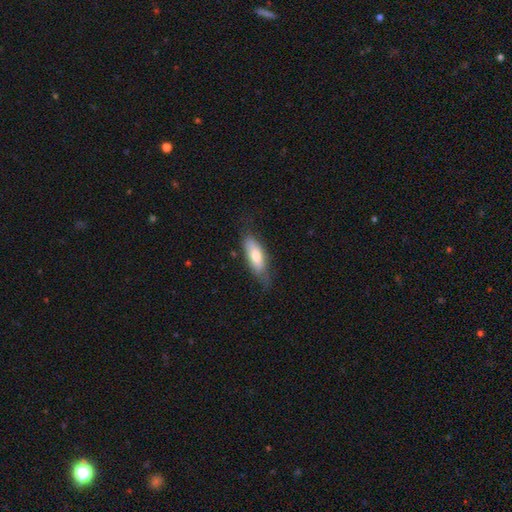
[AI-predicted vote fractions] A smooth galaxy with no disk features (69%) that is in between round and cigar-shaped (69%).

Vote fractions:
- Smooth or featured? smooth: 69% / featured or disk: 25% / star or artifact: 6%
- How rounded? in between: 69% / cigar-shaped: 29% / round: 2%
- Merging? none: 65% / minor disturbance: 26% / major disturbance: 8% / merger: 2%